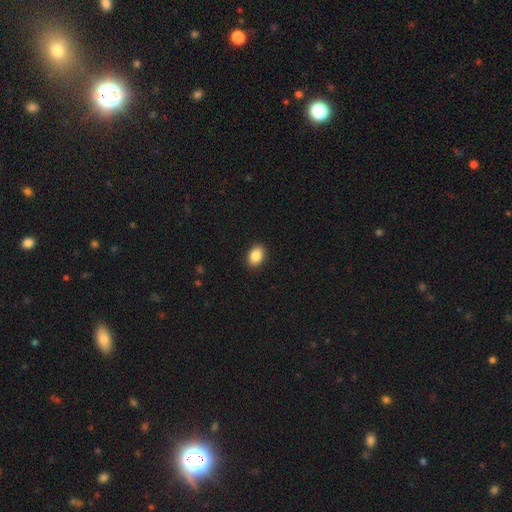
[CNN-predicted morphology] The model was most divided on "how rounded": in between: 78%, round: 21%, cigar-shaped: 1%. More confident: merging — none (91%); smooth or featured — smooth (88%).